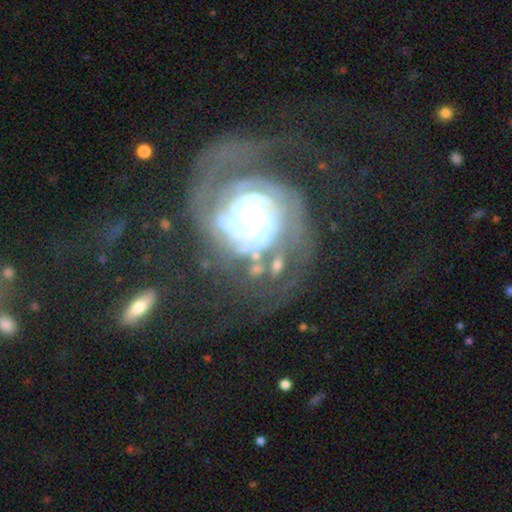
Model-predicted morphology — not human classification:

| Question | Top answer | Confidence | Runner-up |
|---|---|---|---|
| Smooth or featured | featured or disk | 88% | star or artifact (7%) |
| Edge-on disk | no | 98% | yes (2%) |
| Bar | no | 55% | weak (31%) |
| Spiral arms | yes | 95% | no (5%) |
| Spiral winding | tight | 55% | medium (34%) |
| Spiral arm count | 2 | 52% | can't tell (17%) |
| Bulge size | moderate | 44% | small (36%) |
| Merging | none | 52% | major disturbance (27%) |